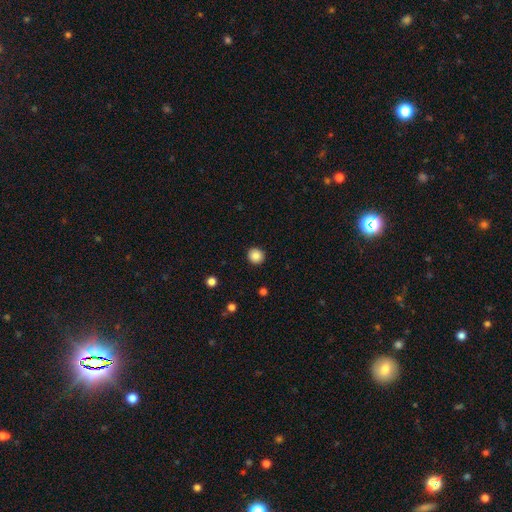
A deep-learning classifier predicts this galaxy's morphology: This appears to be a smooth galaxy with no disk features (86%) that is round (92%). Merging: none (92%).